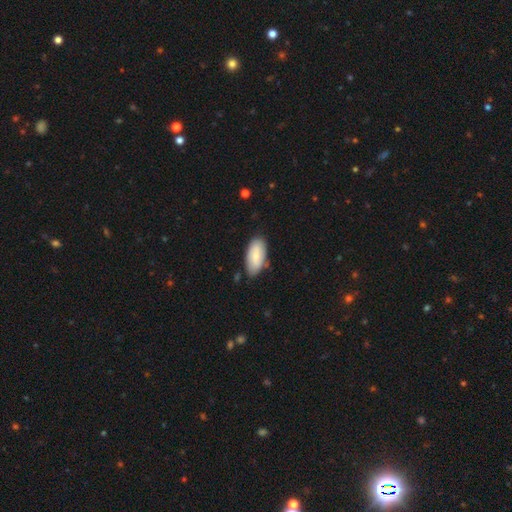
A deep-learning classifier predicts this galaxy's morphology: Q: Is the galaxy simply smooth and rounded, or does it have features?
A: smooth — 78%.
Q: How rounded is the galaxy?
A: in between — 93%.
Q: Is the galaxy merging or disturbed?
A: none — 76%.